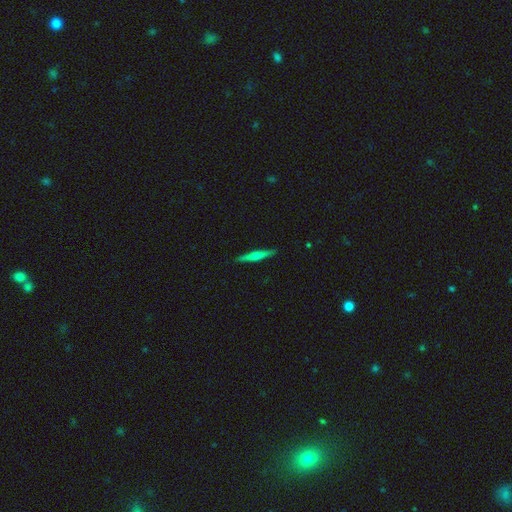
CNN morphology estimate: Smooth or featured: featured or disk — 59% (smooth — 35%)
Edge-on disk: yes — 97% (no — 3%)
Edge-on bulge: rounded — 84% (none — 11%)
Merging: none — 91% (minor disturbance — 6%)